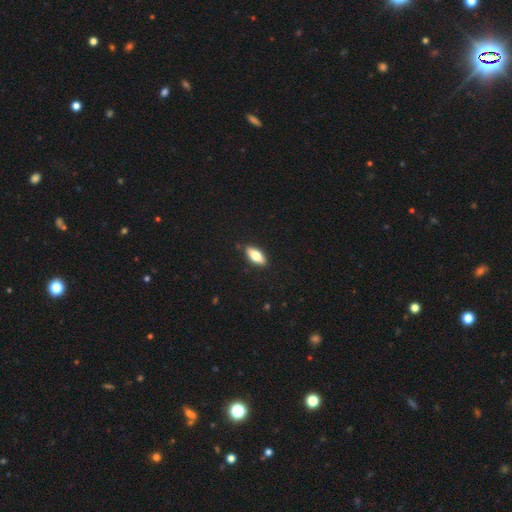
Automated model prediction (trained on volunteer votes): A smooth galaxy with no disk features (73%) that is in between round and cigar-shaped (81%).

Vote fractions:
- Smooth or featured? smooth: 73% / featured or disk: 21% / star or artifact: 6%
- How rounded? in between: 81% / cigar-shaped: 17% / round: 3%
- Merging? none: 88% / minor disturbance: 9% / major disturbance: 2% / merger: 1%